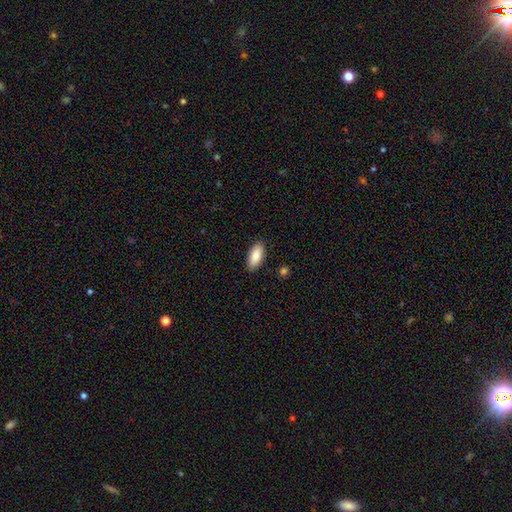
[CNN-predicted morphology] type=smooth (87%); roundness=in between (87%); merging=none (89%).